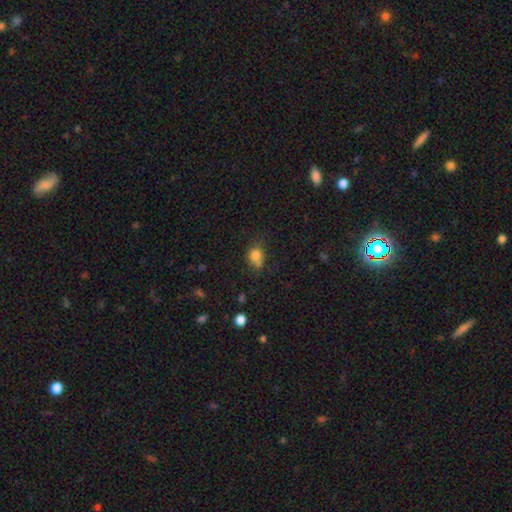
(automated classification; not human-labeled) smooth 78%, star or artifact 13%, featured or disk 10%. Down the decision tree: how rounded — round (61%); merging — none (46%).